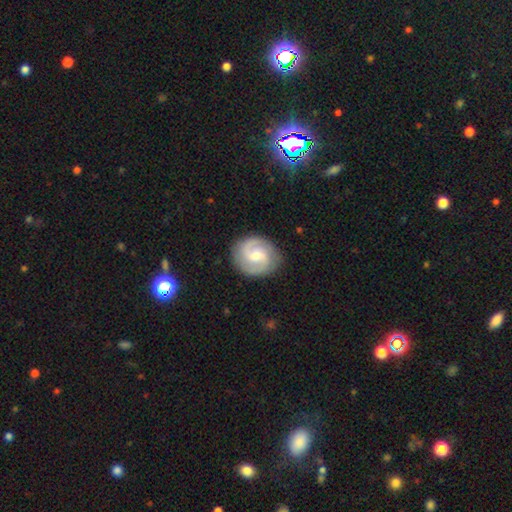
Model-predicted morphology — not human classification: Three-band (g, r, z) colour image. It shows a featured or disk galaxy (80%) with a weak bar (53%), 2 (85%) medium (50%) spiral arms (96%) and a moderate central bulge (52%). Merging: none (86%).